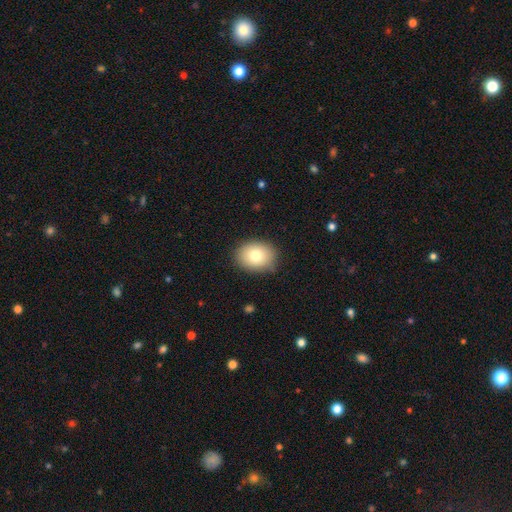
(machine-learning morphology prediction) Q: Smooth or featured?
A: smooth (79%); runner-up: featured or disk (12%)
Q: How rounded?
A: in between (56%); runner-up: round (43%)
Q: Merging?
A: none (84%); runner-up: minor disturbance (12%)